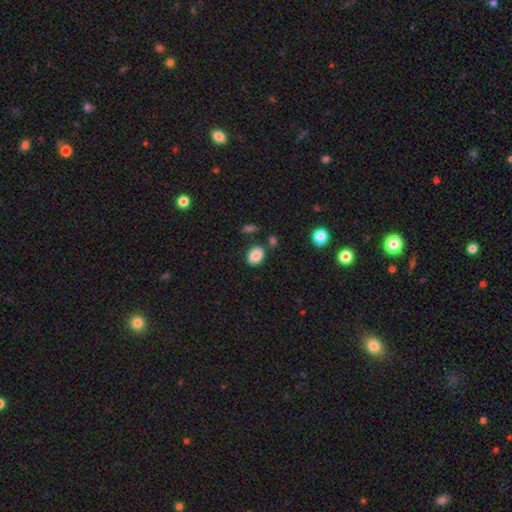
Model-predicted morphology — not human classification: Smooth or featured?
  - smooth: 86% *
  - star or artifact: 8%
  - featured or disk: 5%
How rounded?
  - in between: 72% *
  - round: 27%
  - cigar-shaped: 1%
Merging?
  - none: 79% *
  - minor disturbance: 11%
  - merger: 6%
  - major disturbance: 3%